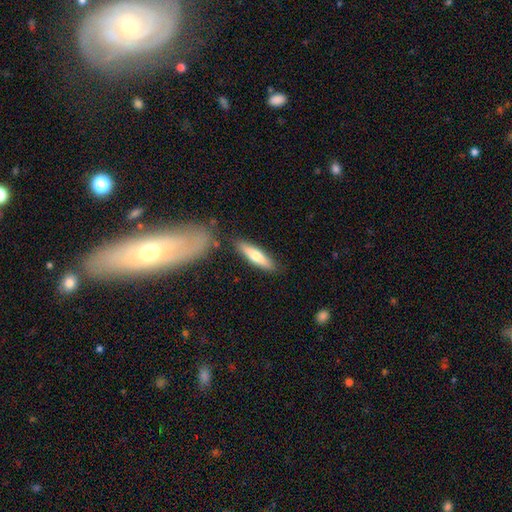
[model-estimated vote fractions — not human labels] smooth 65%, featured or disk 29%, star or artifact 6%. Down the decision tree: how rounded — cigar-shaped (76%); merging — none (82%).